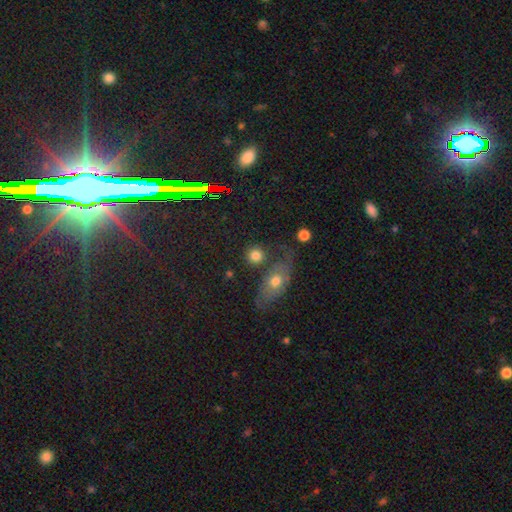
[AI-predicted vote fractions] smooth 80%, star or artifact 11%, featured or disk 9%. Down the decision tree: how rounded — round (85%); merging — none (71%).